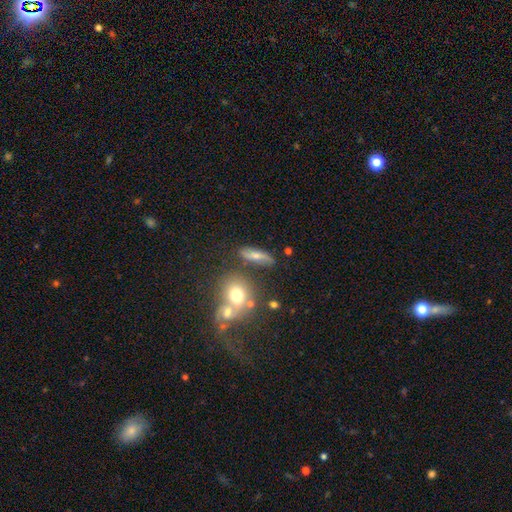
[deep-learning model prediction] smooth_or_featured: smooth (p=0.52) [alt: featured or disk p=0.37]
how_rounded: in between (p=0.44) [tied with: cigar-shaped p=0.44]
merging: none (p=0.70) [alt: minor disturbance p=0.15]